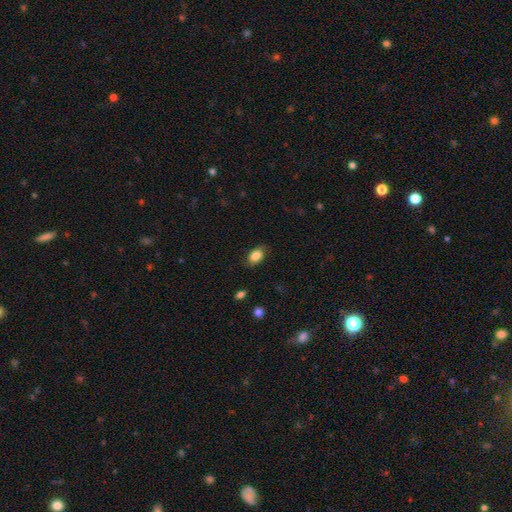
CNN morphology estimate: A smooth galaxy with no disk features (84%) that is in between round and cigar-shaped (86%). Merging: none (81%).